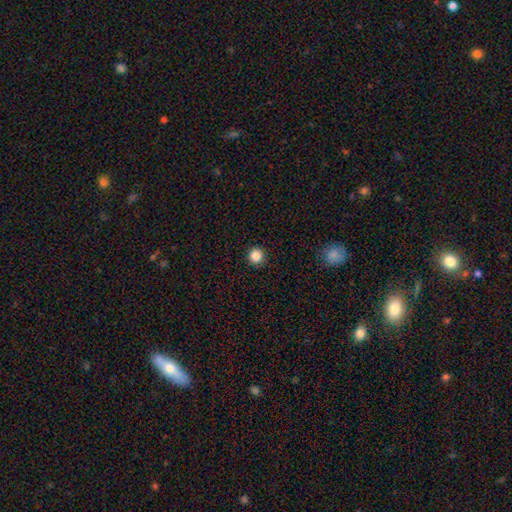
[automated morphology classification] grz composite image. It shows a smooth galaxy with no disk features (85%) that is round (96%). Merging: none (93%).